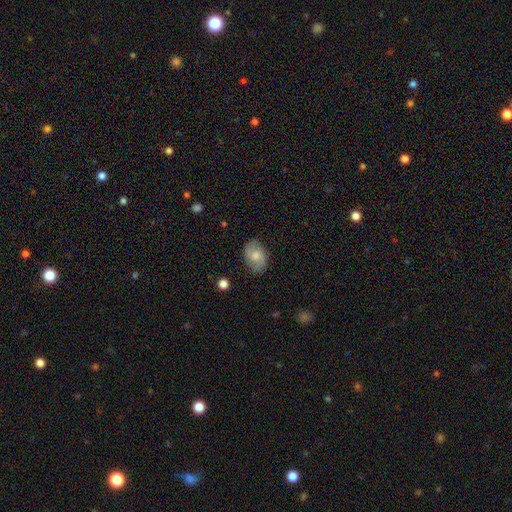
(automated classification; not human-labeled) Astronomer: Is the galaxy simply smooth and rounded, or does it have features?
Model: smooth — 53% (runner-up: featured or disk, 39%).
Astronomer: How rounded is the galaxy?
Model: in between — 79%.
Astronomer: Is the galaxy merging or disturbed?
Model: none — 77%.